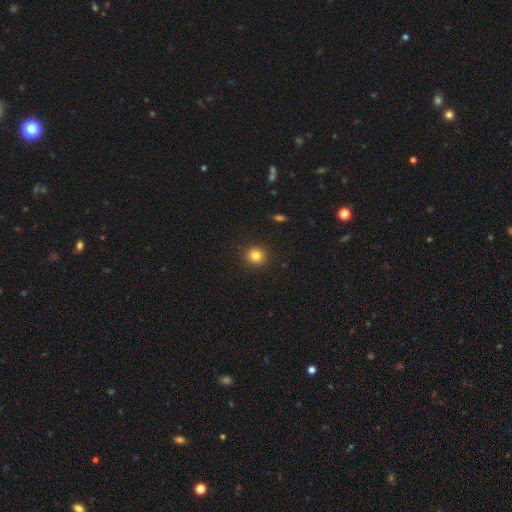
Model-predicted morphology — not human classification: This is clearly a smooth galaxy (82%). How rounded: clearly round (89%). Merging: clearly none (91%).